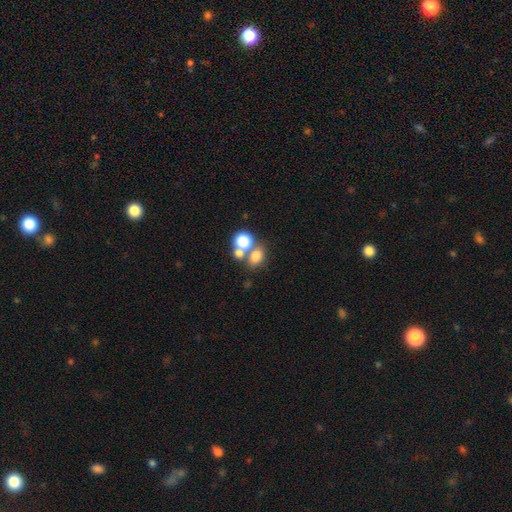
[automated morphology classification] A smooth galaxy with no disk features (71%) that is round (52%).

Vote fractions:
- Smooth or featured? smooth: 71% / star or artifact: 15% / featured or disk: 13%
- How rounded? round: 52% / in between: 47% / cigar-shaped: 1%
- Merging? merger: 45% / none: 42% / minor disturbance: 8% / major disturbance: 5%